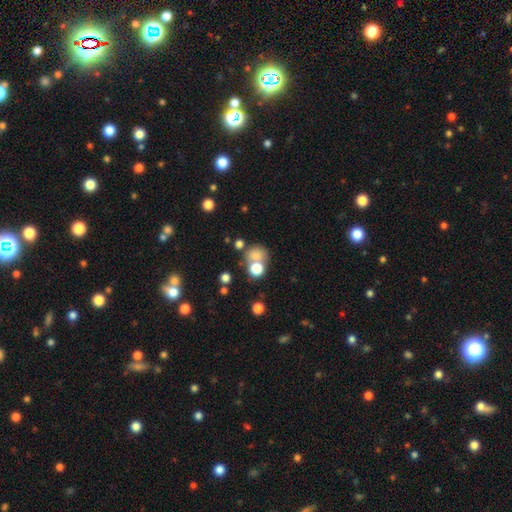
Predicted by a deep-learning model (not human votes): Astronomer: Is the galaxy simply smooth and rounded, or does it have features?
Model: smooth — 72%.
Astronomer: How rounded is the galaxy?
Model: round — 69%.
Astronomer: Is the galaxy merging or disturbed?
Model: none — 46% (runner-up: merger, 36%).